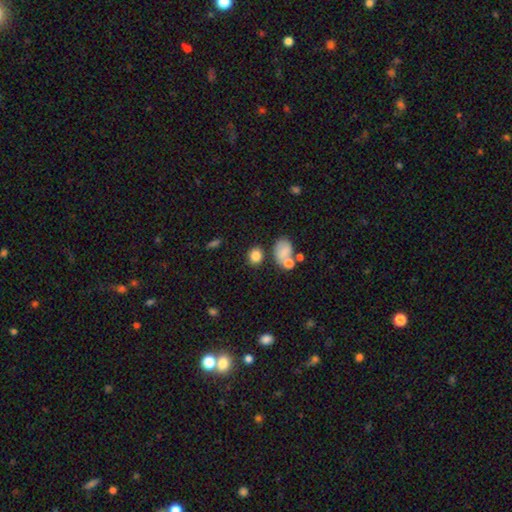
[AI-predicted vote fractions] smooth 83%, star or artifact 11%, featured or disk 6%. Down the decision tree: how rounded — round (62%); merging — none (70%).